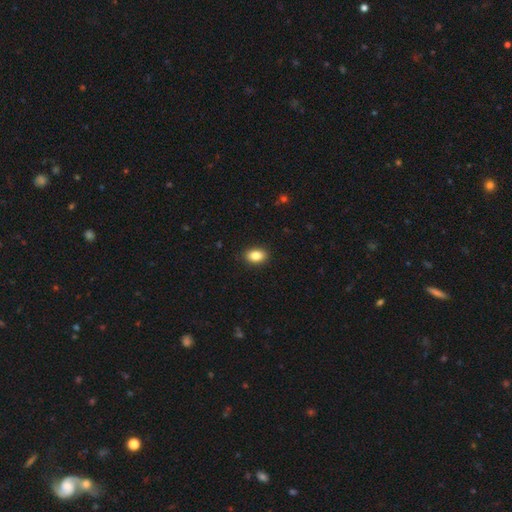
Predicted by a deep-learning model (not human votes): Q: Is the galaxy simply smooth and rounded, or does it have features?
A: smooth — 85%.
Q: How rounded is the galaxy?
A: in between — 82%.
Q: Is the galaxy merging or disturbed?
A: none — 91%.